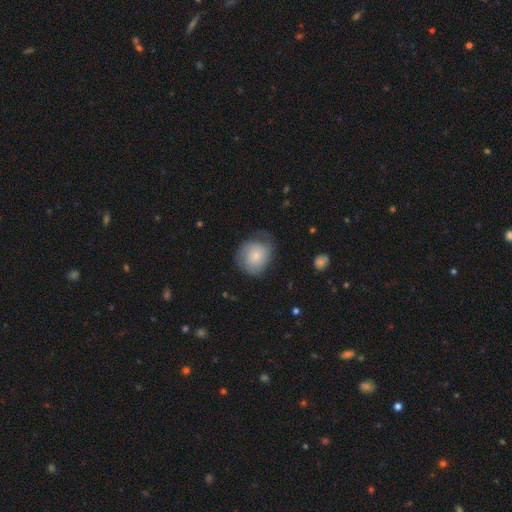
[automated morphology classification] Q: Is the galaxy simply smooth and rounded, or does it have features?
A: smooth — 65%.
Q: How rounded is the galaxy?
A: round — 71%.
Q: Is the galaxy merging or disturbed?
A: none — 49%.